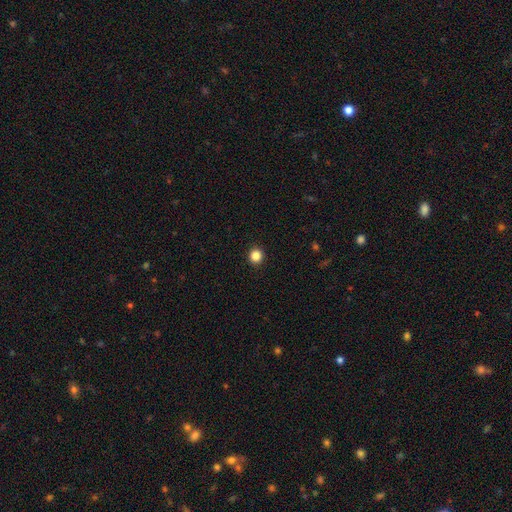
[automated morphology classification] Smooth or featured: smooth — 86% (star or artifact — 11%)
How rounded: round — 92% (in between — 7%)
Merging: none — 93% (minor disturbance — 4%)